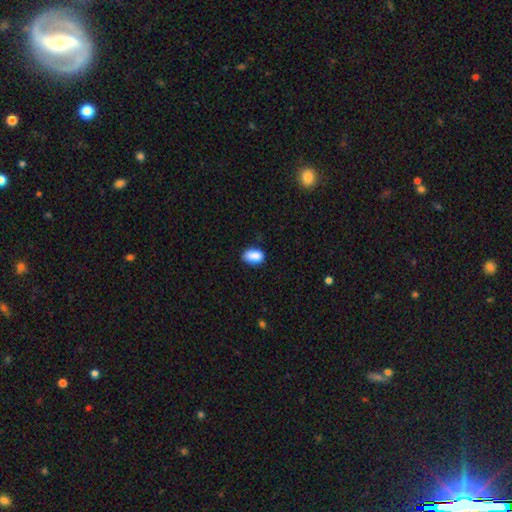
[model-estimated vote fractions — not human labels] Q: Smooth or featured?
A: smooth (88%); runner-up: star or artifact (8%)
Q: How rounded?
A: in between (90%); runner-up: round (8%)
Q: Merging?
A: none (76%); runner-up: minor disturbance (19%)